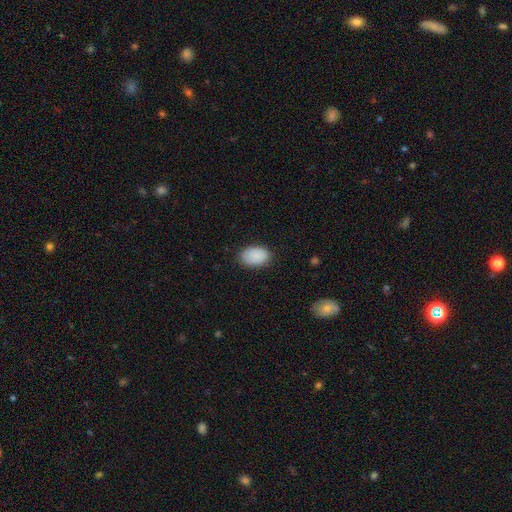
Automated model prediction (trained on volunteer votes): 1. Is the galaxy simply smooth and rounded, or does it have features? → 90% smooth, 7% star or artifact, 3% featured or disk.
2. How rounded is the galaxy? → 91% in between, 8% round, 1% cigar-shaped.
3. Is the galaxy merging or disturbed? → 83% none, 13% minor disturbance, 3% major disturbance, 1% merger.